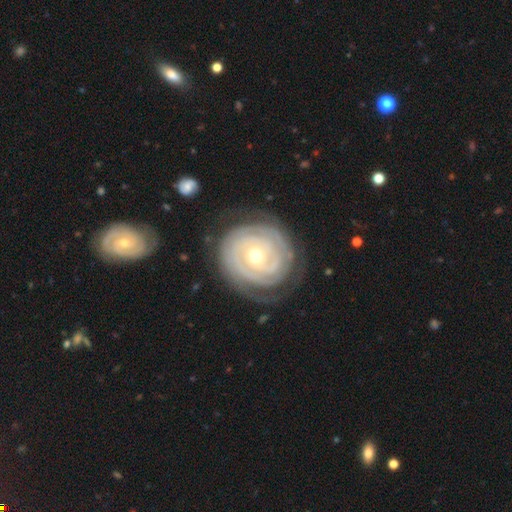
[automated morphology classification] type=featured or disk (87%); edge-on=no (97%); bar=no (70%); spiral arms=yes (95%); winding=tight (87%); arm count=2 (32%); bulge=small (57%); merging=none (75%).